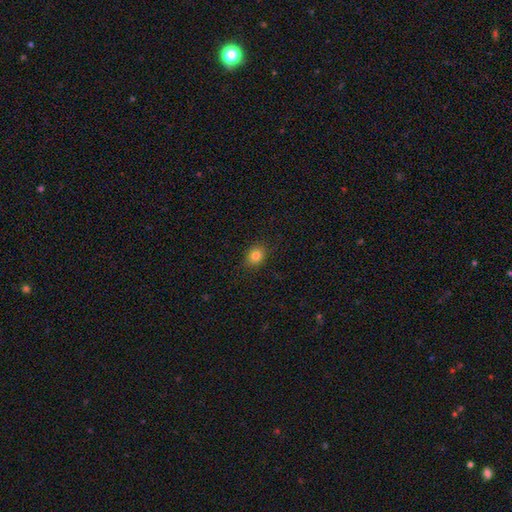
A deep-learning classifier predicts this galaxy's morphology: This is clearly a smooth galaxy (82%). How rounded: likely round (61%). Merging: clearly none (88%).